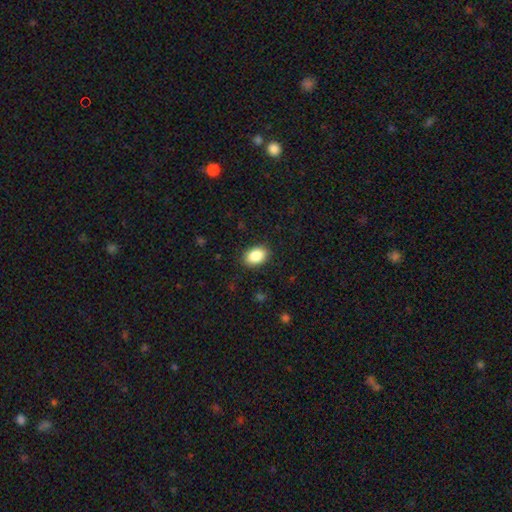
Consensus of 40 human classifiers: Smooth or featured? 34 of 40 (85%) said smooth. How rounded? 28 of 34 (82%) said in between. Merging? 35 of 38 (92%) said none.